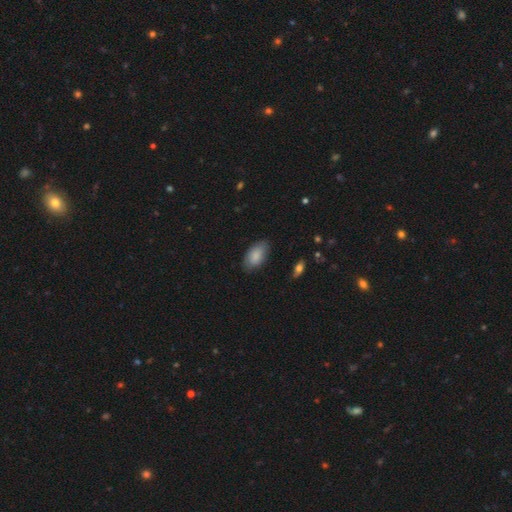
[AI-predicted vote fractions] Smooth or featured? smooth (85%)
How rounded? in between (94%)
Merging? none (79%)